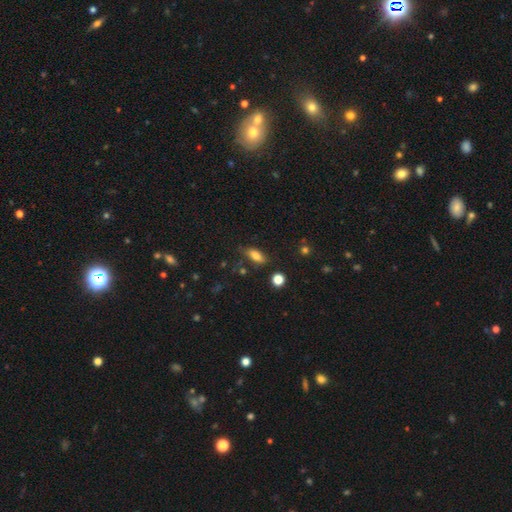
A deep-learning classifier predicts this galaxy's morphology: A smooth galaxy with no disk features (80%) that is in between round and cigar-shaped (80%).

Vote fractions:
- Smooth or featured? smooth: 80% / featured or disk: 10% / star or artifact: 10%
- How rounded? in between: 80% / cigar-shaped: 15% / round: 5%
- Merging? none: 73% / minor disturbance: 18% / major disturbance: 5% / merger: 4%